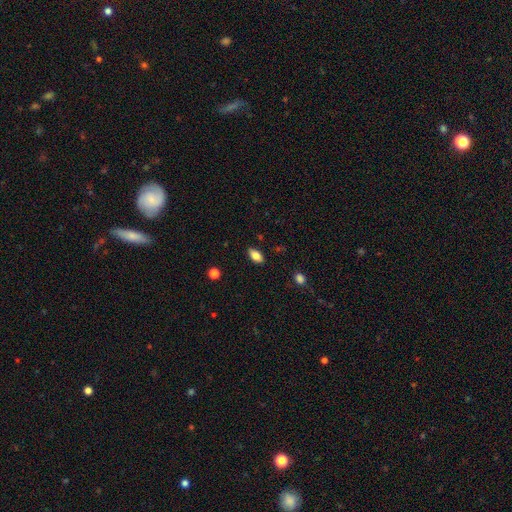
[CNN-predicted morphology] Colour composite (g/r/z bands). It shows a smooth galaxy with no disk features (82%) that is in between round and cigar-shaped (90%). Merging: none (87%).